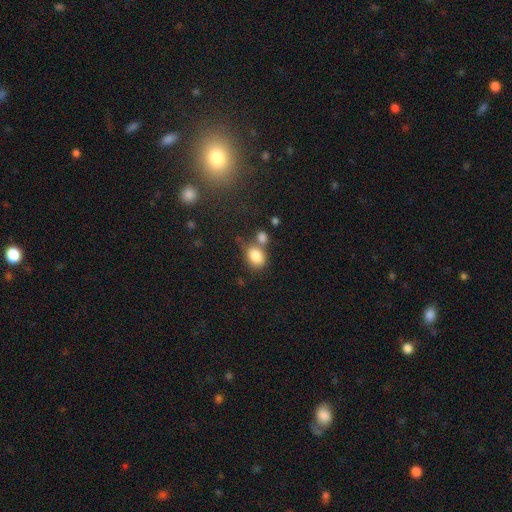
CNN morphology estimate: Smooth or featured? smooth (83%)
How rounded? in between (61%)
Merging? none (47%)